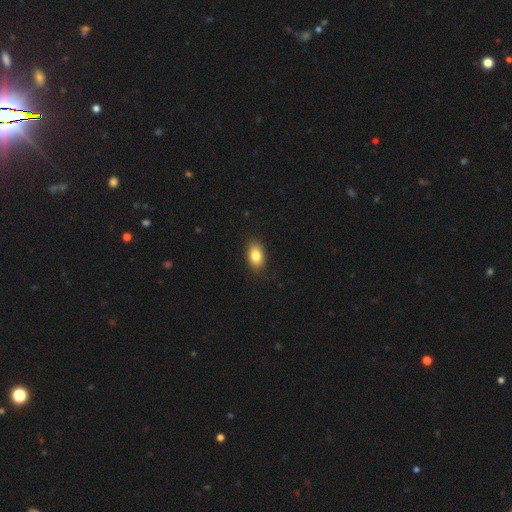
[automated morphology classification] smooth-or-featured: smooth: 83% | featured or disk: 9% | star or artifact: 8%
  how-rounded: in between: 88% | round: 10% | cigar-shaped: 2%
  merging: none: 86% | minor disturbance: 11% | major disturbance: 2% | merger: 1%